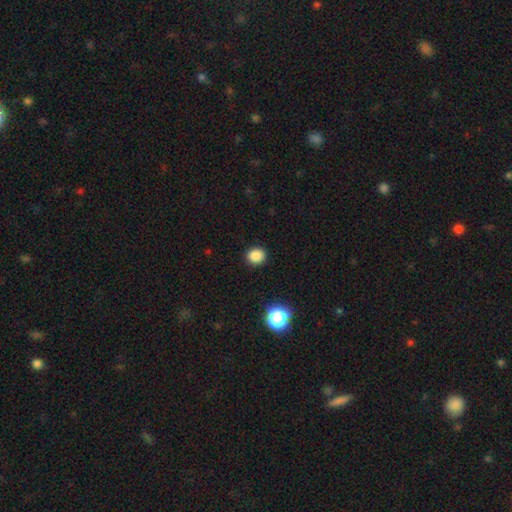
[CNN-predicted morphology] smooth-or-featured: smooth: 85% | star or artifact: 12% | featured or disk: 3%
  how-rounded: round: 73% | in between: 26% | cigar-shaped: 1%
  merging: none: 90% | minor disturbance: 6% | major disturbance: 2% | merger: 1%